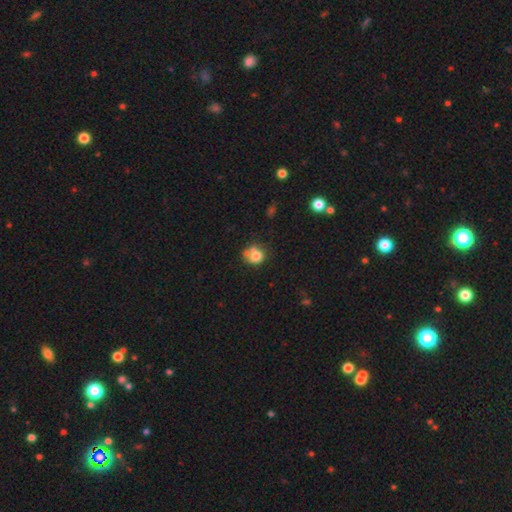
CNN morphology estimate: A smooth galaxy with no disk features (69%) that is round (69%). Merging: none (38%).